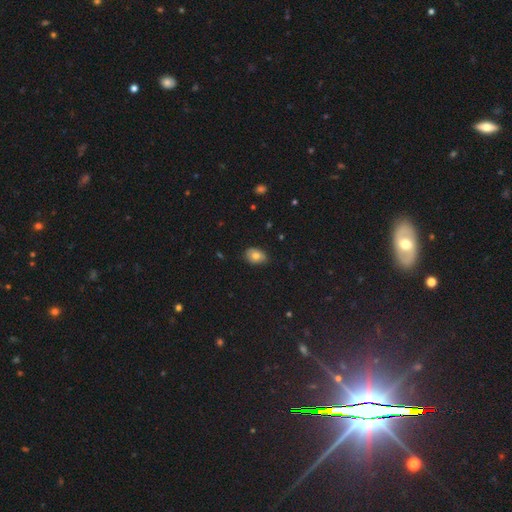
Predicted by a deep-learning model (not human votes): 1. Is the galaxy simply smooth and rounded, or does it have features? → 75% smooth, 15% featured or disk, 10% star or artifact.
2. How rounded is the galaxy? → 77% in between, 22% round, 1% cigar-shaped.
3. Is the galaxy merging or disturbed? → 78% none, 18% minor disturbance, 3% major disturbance, 1% merger.